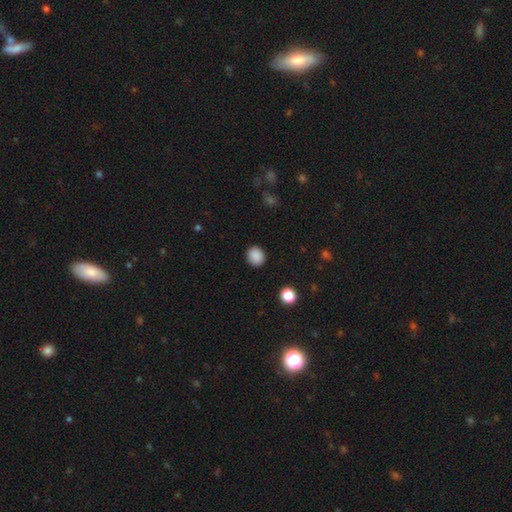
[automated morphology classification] This appears to be a smooth galaxy with no disk features (88%) that is round (83%). Merging: none (90%).